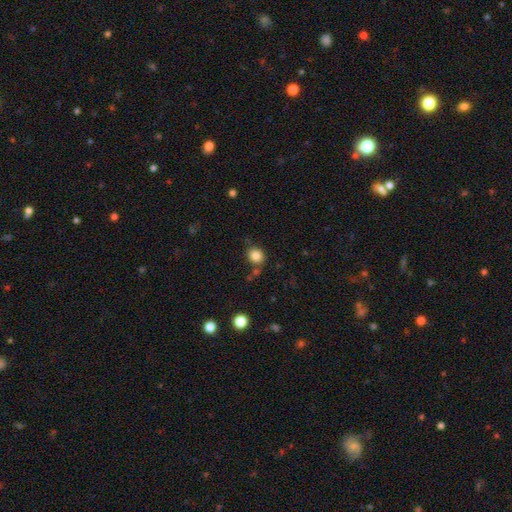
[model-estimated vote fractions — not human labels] Overall: smooth (84%). How rounded: round (79%). Merging: none (76%).